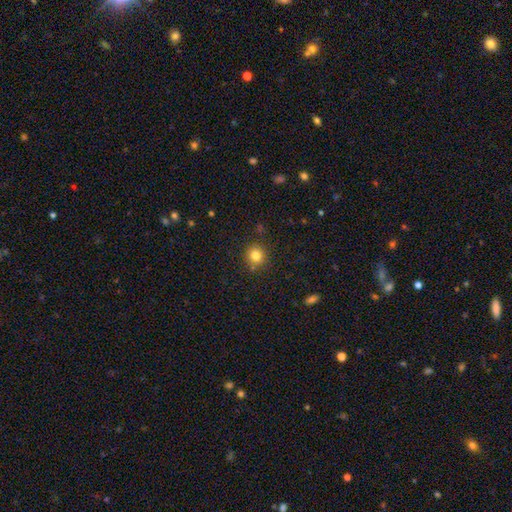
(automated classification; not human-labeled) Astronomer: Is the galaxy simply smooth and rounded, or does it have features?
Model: smooth — 81%.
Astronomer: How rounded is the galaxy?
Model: round — 90%.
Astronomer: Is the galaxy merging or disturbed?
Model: none — 84%.